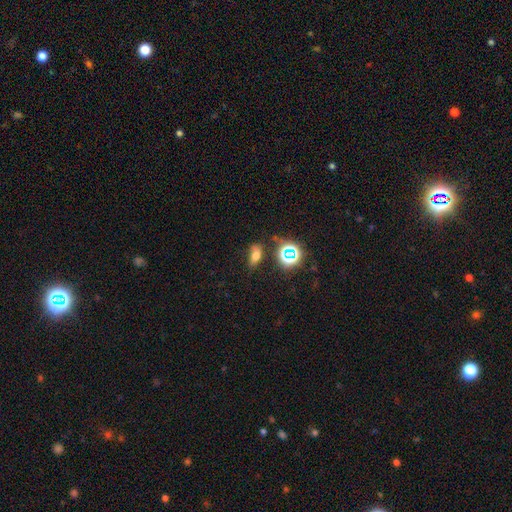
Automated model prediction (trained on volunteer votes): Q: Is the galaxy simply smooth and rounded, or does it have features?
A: smooth — 63%.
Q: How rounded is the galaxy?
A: in between — 79%.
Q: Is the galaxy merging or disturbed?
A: none — 72%.